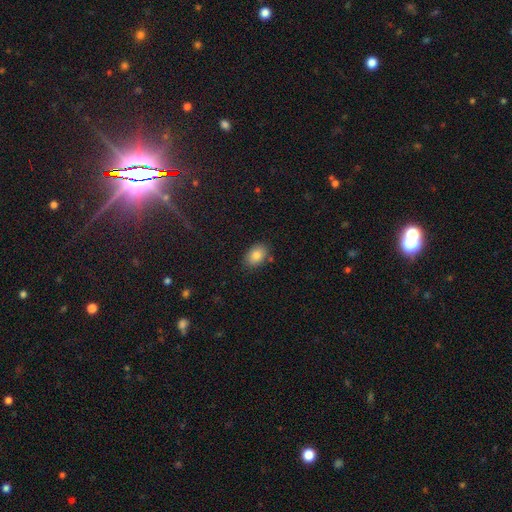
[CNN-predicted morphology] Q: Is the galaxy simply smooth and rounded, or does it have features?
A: smooth — 83%.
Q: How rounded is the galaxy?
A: in between — 84%.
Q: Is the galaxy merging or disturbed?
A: none — 81%.